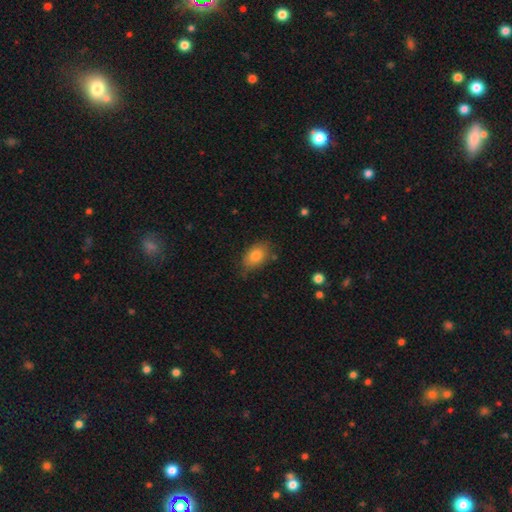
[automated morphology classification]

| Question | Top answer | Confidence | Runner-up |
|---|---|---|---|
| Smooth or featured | smooth | 81% | featured or disk (11%) |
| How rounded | in between | 86% | round (12%) |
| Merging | none | 72% | minor disturbance (22%) |